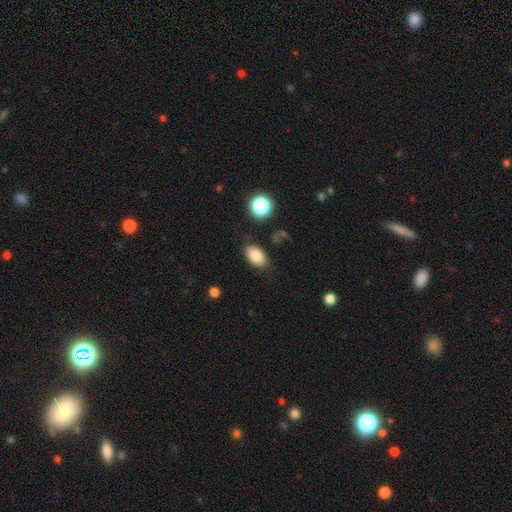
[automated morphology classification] The model was most divided on "merging": none: 82%, minor disturbance: 12%, major disturbance: 3%, merger: 2%. More confident: how rounded — in between (89%); smooth or featured — smooth (82%).